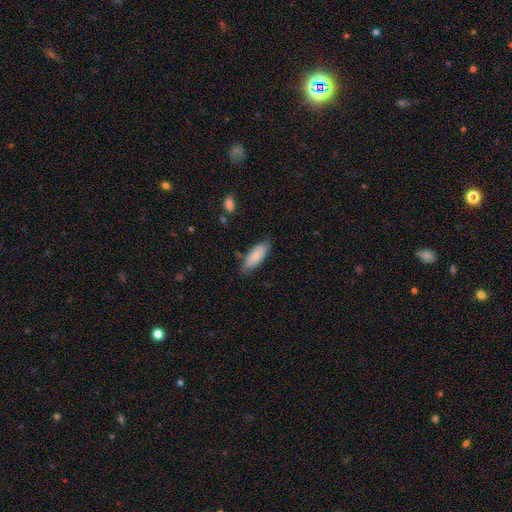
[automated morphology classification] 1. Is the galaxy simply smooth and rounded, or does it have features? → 83% smooth, 11% featured or disk, 6% star or artifact.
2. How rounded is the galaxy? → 72% in between, 27% cigar-shaped, 2% round.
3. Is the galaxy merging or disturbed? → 75% none, 20% minor disturbance, 3% major disturbance, 2% merger.